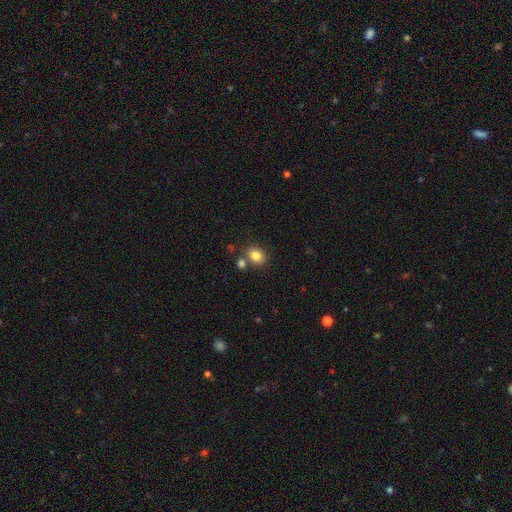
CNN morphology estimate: This is clearly a smooth galaxy (83%). How rounded: possibly round (50%). Merging: likely none (70%).